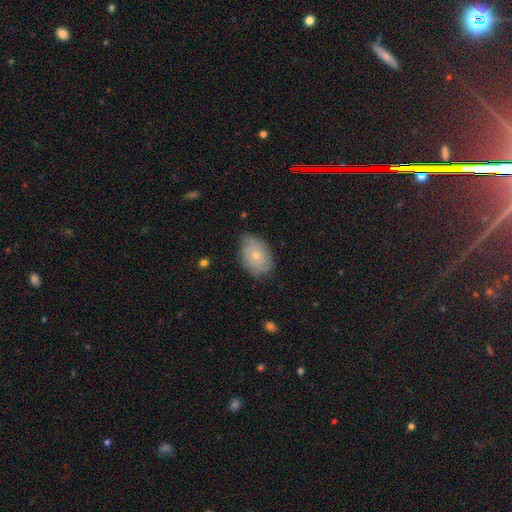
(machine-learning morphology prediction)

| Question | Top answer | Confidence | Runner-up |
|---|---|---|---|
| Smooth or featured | smooth | 47% | featured or disk (45%) |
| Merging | none | 62% | minor disturbance (30%) |